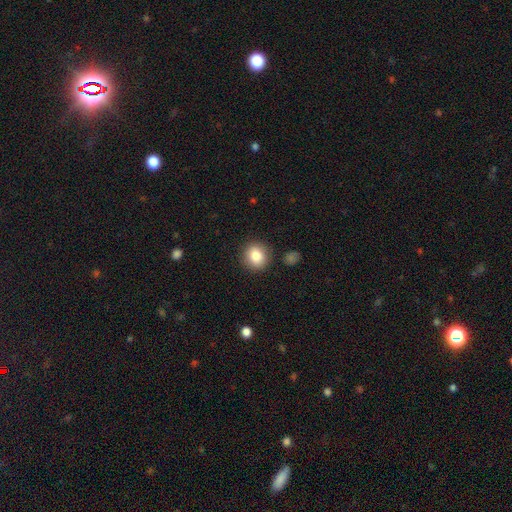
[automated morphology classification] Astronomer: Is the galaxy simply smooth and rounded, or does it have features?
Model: smooth — 85%.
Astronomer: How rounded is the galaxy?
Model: round — 83%.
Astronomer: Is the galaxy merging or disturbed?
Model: none — 87%.